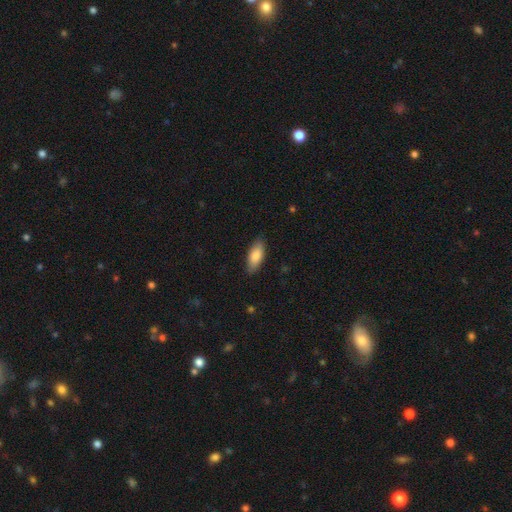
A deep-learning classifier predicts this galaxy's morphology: type=smooth (84%); roundness=in between (81%); merging=none (85%).